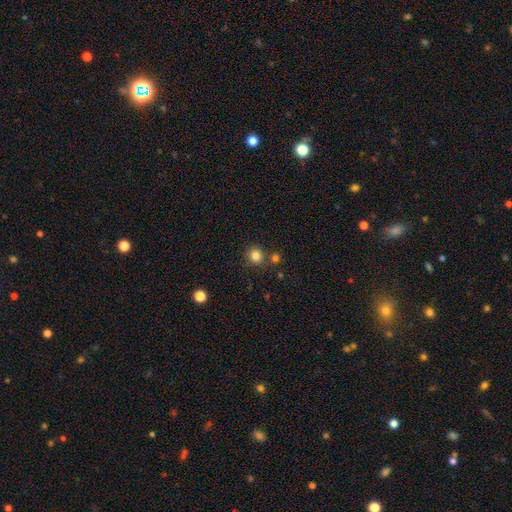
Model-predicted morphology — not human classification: type=smooth (82%); roundness=round (90%); merging=none (76%).